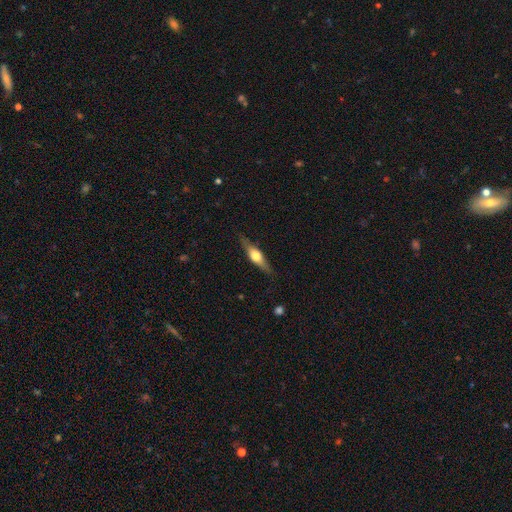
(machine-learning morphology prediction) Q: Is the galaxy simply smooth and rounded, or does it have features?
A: featured or disk — 57%.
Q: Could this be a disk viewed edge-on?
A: yes — 94%.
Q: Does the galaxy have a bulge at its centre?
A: rounded — 93%.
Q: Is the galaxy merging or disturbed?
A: none — 85%.